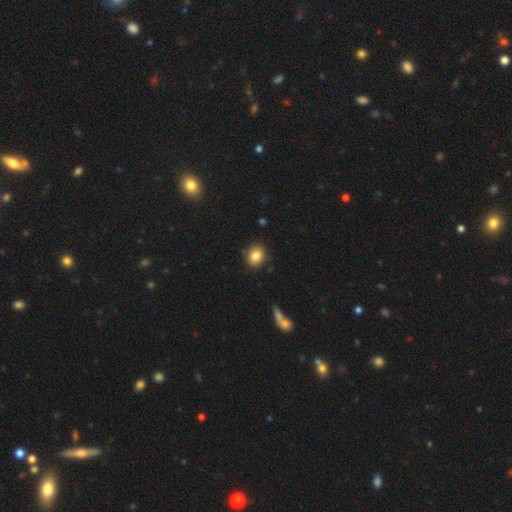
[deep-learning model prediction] A smooth galaxy with no disk features (84%) that is round (61%).

Vote fractions:
- Smooth or featured? smooth: 84% / star or artifact: 9% / featured or disk: 7%
- How rounded? round: 61% / in between: 38% / cigar-shaped: 1%
- Merging? none: 86% / minor disturbance: 10% / major disturbance: 2% / merger: 2%